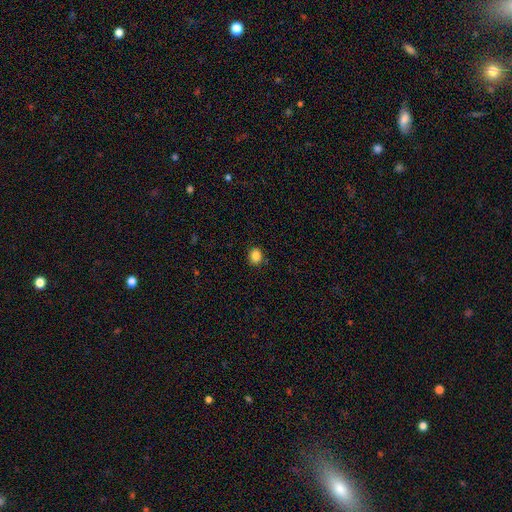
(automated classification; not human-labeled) Morphology: type=smooth (86%); roundness=round (63%); merging=none (90%).